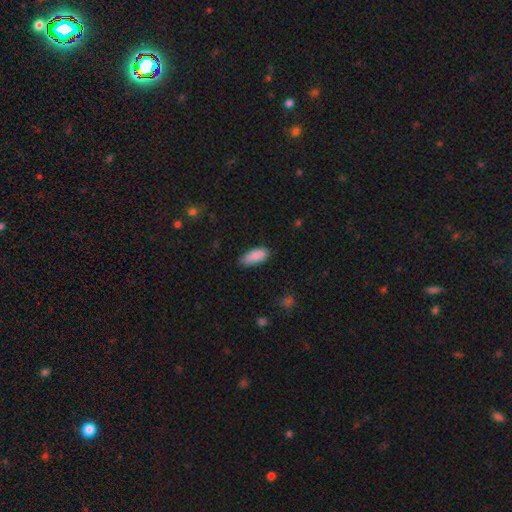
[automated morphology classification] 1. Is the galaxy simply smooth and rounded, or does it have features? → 88% smooth, 7% star or artifact, 5% featured or disk.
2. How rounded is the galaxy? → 83% in between, 15% cigar-shaped, 2% round.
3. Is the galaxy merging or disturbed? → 72% none, 22% minor disturbance, 4% major disturbance, 2% merger.